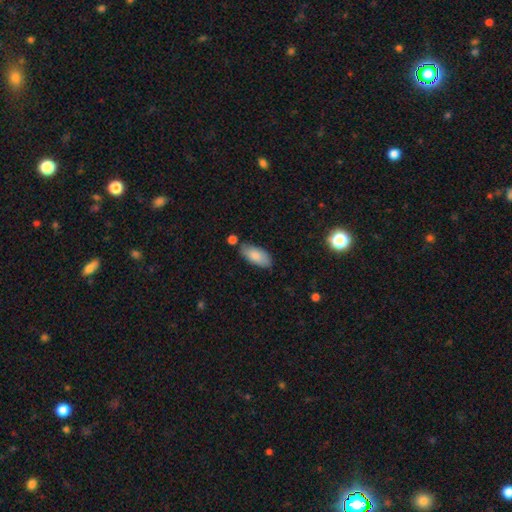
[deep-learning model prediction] smooth_or_featured: smooth (p=0.83) [alt: featured or disk p=0.10]
how_rounded: in between (p=0.89) [alt: cigar-shaped p=0.09]
merging: none (p=0.74) [alt: minor disturbance p=0.16]